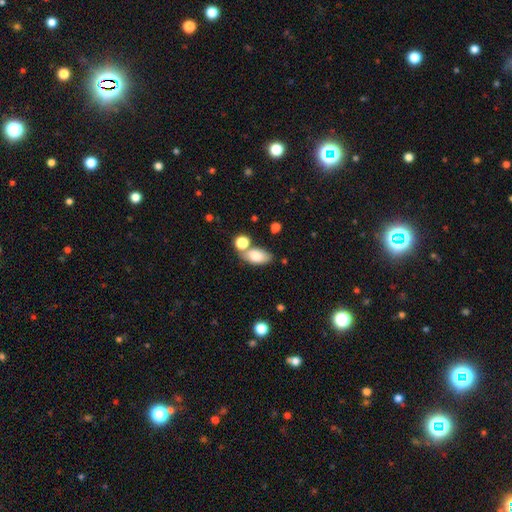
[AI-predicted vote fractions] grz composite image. It shows a smooth galaxy with no disk features (81%) that is in between round and cigar-shaped (89%). Merging: none (57%).